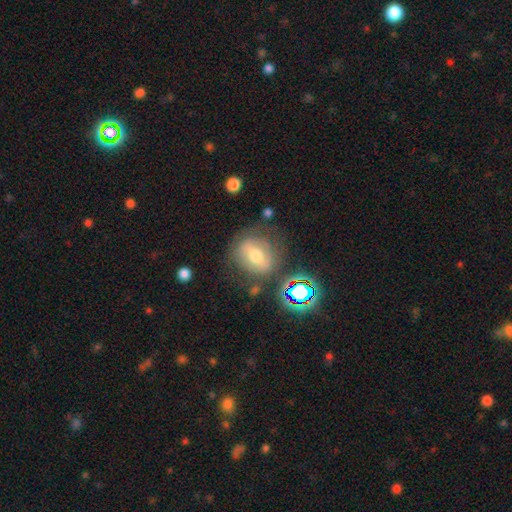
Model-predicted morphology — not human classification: This appears to be a smooth galaxy with no disk features (44%). Merging: none (68%).